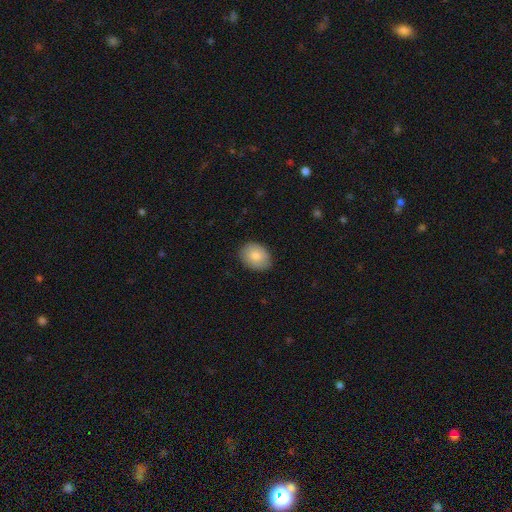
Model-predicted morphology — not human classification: smooth 83%, featured or disk 10%, star or artifact 7%. Down the decision tree: how rounded — in between (59%); merging — none (85%).